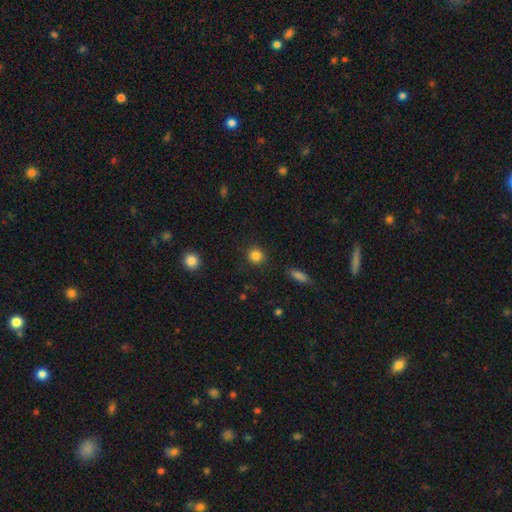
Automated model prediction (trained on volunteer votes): Overall: smooth (85%). How rounded: round (88%). Merging: none (88%).